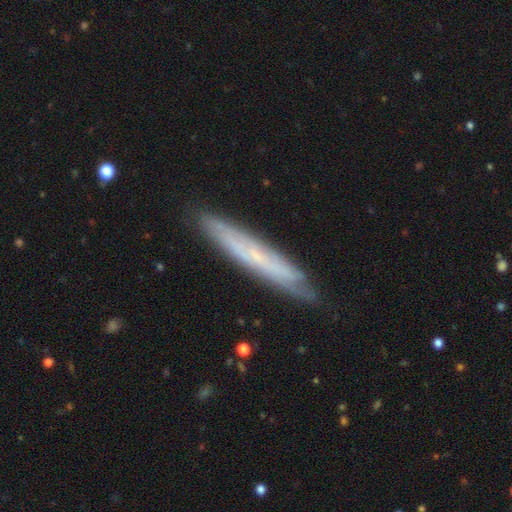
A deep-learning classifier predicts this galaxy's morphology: Smooth or featured? Predicted: featured or disk (p=0.56). Edge-on disk? Predicted: yes (p=0.72). Merging? Predicted: none (p=0.83).